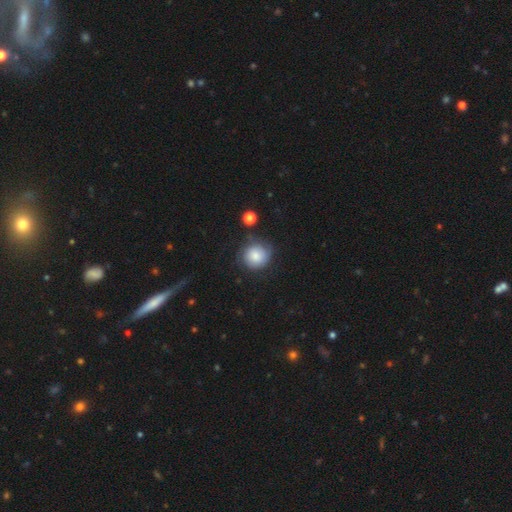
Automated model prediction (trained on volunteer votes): smooth_or_featured: smooth (p=0.70) [alt: featured or disk p=0.21]
how_rounded: round (p=0.91) [alt: in between p=0.08]
merging: none (p=0.68) [alt: minor disturbance p=0.21]